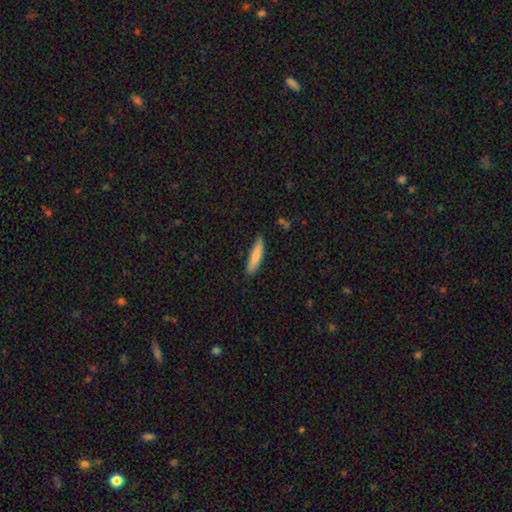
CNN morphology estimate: Smooth or featured? Predicted: smooth (p=0.80). How rounded? Predicted: cigar-shaped (p=0.84). Merging? Predicted: none (p=0.83).